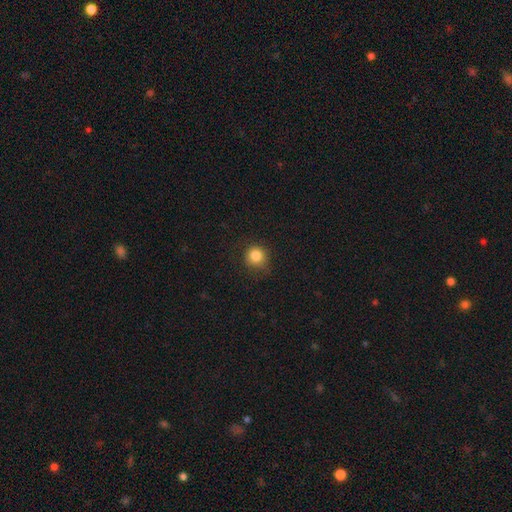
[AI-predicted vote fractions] smooth_or_featured: smooth (p=0.84) [alt: star or artifact p=0.11]
how_rounded: round (p=0.91) [alt: in between p=0.08]
merging: none (p=0.80) [alt: minor disturbance p=0.15]